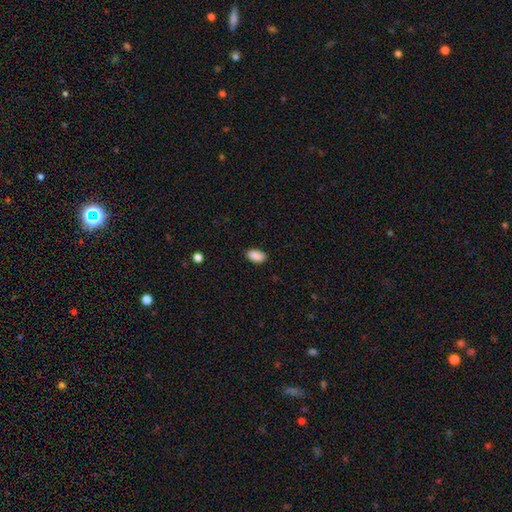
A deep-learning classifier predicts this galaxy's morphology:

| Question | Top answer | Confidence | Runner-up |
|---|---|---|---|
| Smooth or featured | smooth | 89% | star or artifact (8%) |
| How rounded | in between | 93% | round (5%) |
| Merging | none | 85% | minor disturbance (11%) |